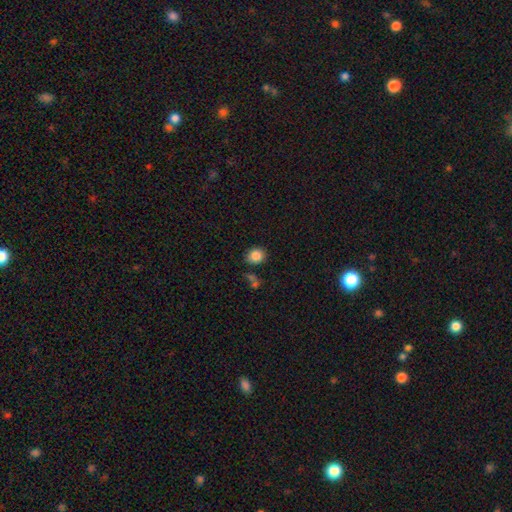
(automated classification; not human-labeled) Smooth or featured? smooth (85%)
How rounded? round (74%)
Merging? none (79%)